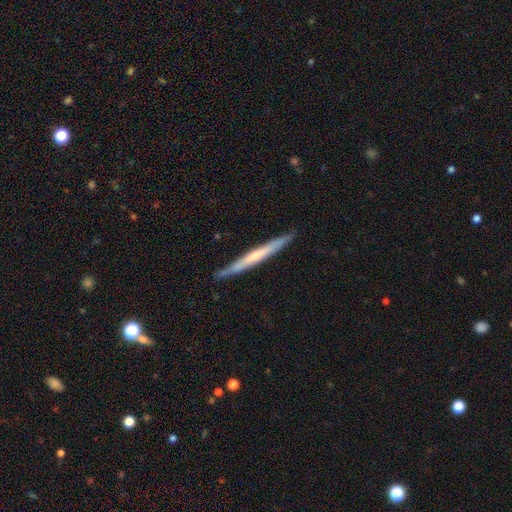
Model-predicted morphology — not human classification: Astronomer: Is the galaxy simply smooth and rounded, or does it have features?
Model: featured or disk — 54% (runner-up: smooth, 41%).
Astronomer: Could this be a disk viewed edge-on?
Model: yes — 96%.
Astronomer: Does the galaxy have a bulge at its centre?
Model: none — 67%.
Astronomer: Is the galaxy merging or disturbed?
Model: none — 89%.